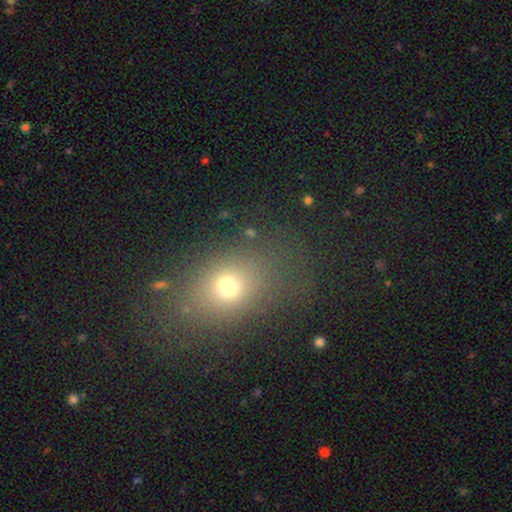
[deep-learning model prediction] This is likely a smooth galaxy (64%). How rounded: likely in between (63%). Merging: clearly none (82%).